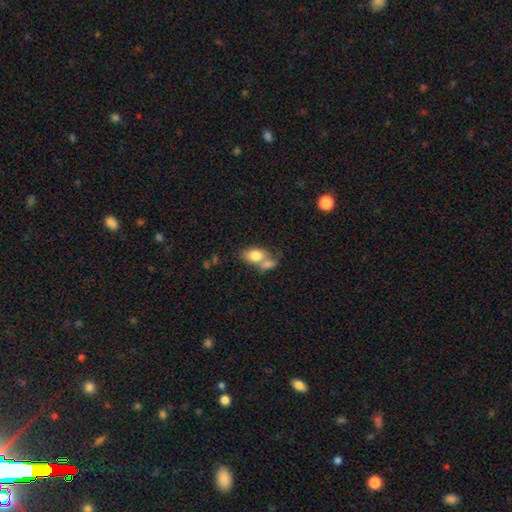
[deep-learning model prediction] Overall: smooth (79%). How rounded: in between (86%). Merging: merger (51%; none 31%).